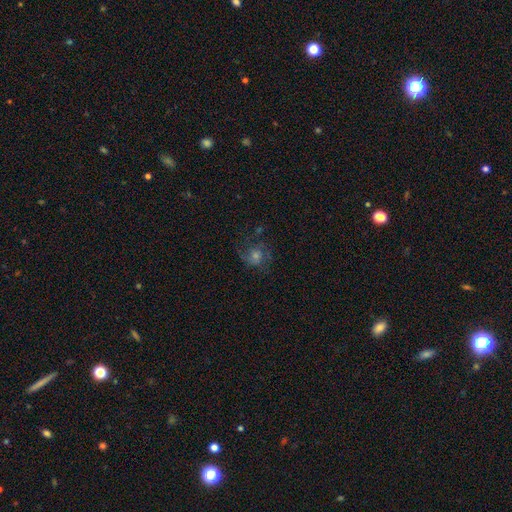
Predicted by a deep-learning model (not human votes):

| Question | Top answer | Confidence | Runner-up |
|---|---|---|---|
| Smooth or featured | featured or disk | 57% | smooth (25%) |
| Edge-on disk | no | 97% | yes (3%) |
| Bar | no | 70% | weak (26%) |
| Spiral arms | yes | 88% | no (12%) |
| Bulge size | moderate | 50% | small (28%) |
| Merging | none | 67% | minor disturbance (17%) |